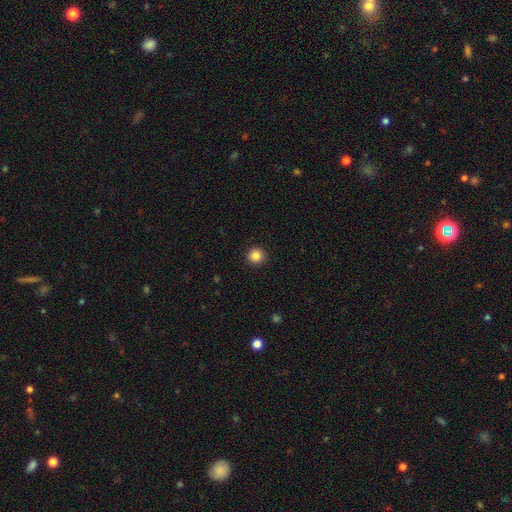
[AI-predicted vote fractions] Smooth or featured: smooth — 86% (star or artifact — 11%)
How rounded: round — 95% (in between — 4%)
Merging: none — 92% (minor disturbance — 5%)